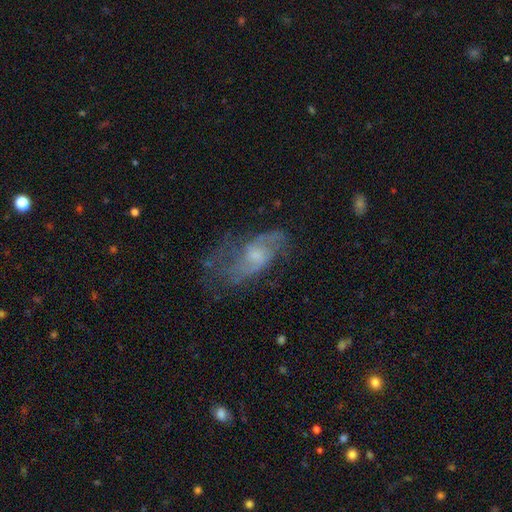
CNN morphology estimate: Overall: featured or disk (72%). Edge-on disk: no (94%). Bar: no (56%; weak 38%). Spiral arms: yes (83%). Spiral arm count: 2 (62%). Spiral winding: medium (44%; loose 38%). Bulge size: small (48%; moderate 32%). Merging: none (51%; major disturbance 24%).